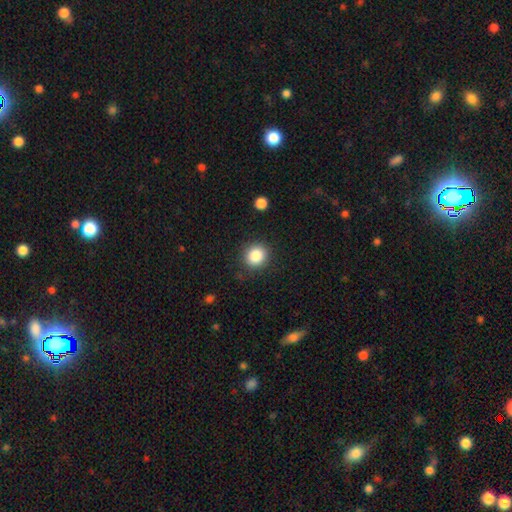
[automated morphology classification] Smooth or featured? Predicted: smooth (p=0.85). How rounded? Predicted: round (p=0.86). Merging? Predicted: none (p=0.88).